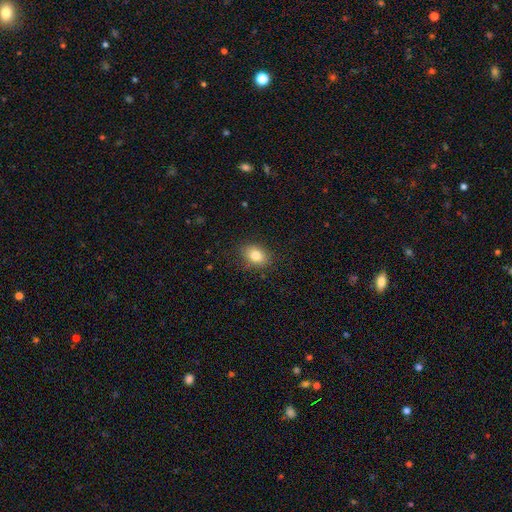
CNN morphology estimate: type=smooth (82%); roundness=in between (76%); merging=none (84%).